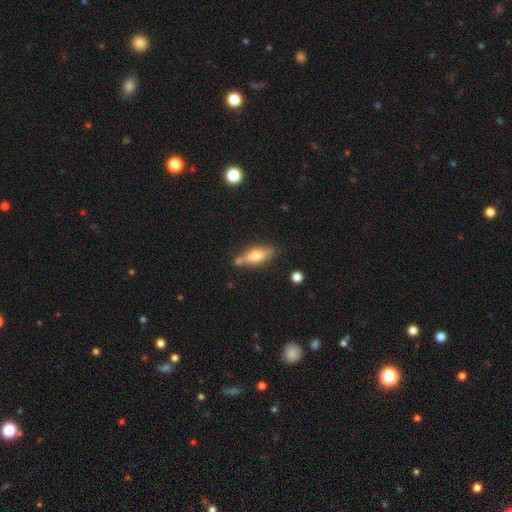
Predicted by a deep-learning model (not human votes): This is possibly a smooth galaxy (48%). Merging: likely none (71%).